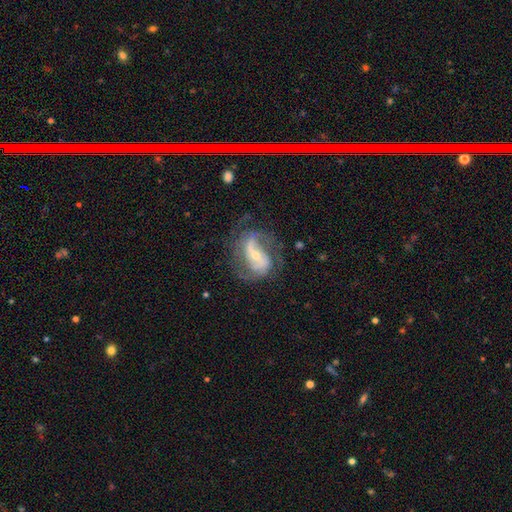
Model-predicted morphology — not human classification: A featured or disk galaxy (85%) with a weak bar (40%), 2 (71%) medium (48%) spiral arms (93%) and a small central bulge (56%). Merging: none (62%).